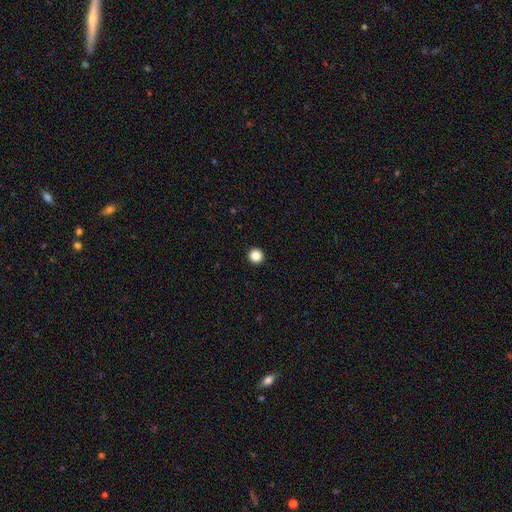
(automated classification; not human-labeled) Smooth or featured: smooth — 87% (star or artifact — 11%)
How rounded: round — 96% (in between — 3%)
Merging: none — 94% (minor disturbance — 3%)